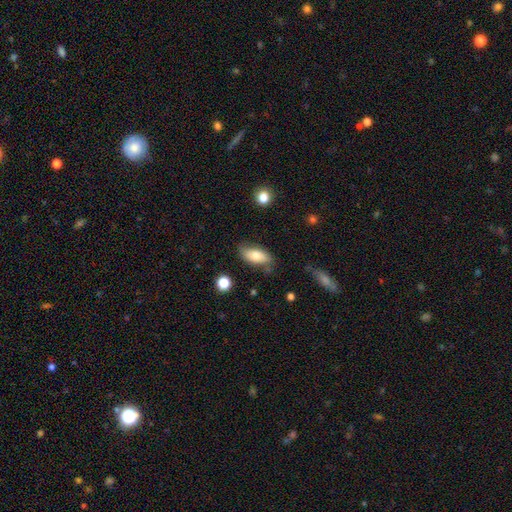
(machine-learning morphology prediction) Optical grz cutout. It shows a smooth galaxy with no disk features (72%) that is in between round and cigar-shaped (86%). Merging: none (70%).